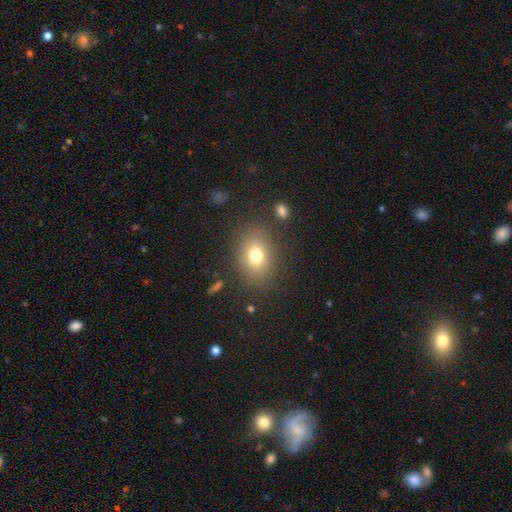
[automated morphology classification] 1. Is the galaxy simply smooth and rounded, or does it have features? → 76% smooth, 13% star or artifact, 12% featured or disk.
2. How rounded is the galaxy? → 59% in between, 40% round, 1% cigar-shaped.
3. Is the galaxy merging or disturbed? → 82% none, 10% minor disturbance, 5% major disturbance, 2% merger.